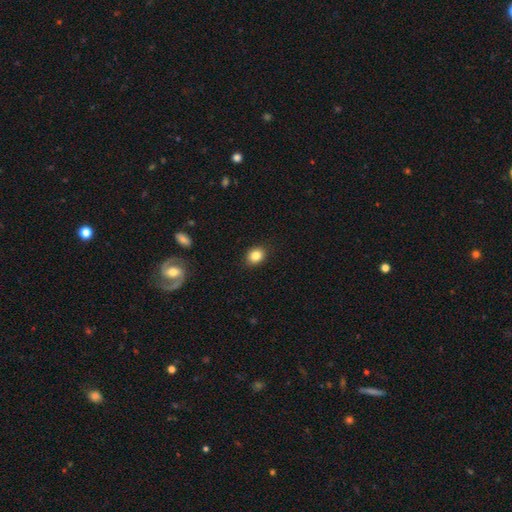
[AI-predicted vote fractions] Smooth or featured? smooth (85%)
How rounded? round (53%)
Merging? none (89%)